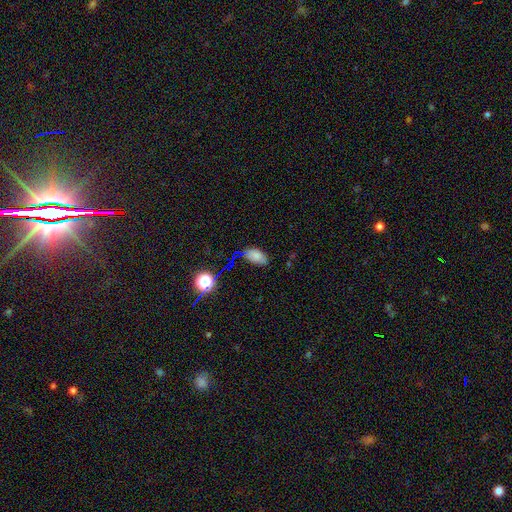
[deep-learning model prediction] Smooth or featured: smooth — 75% (star or artifact — 16%)
How rounded: in between — 91% (round — 7%)
Merging: none — 68% (minor disturbance — 23%)